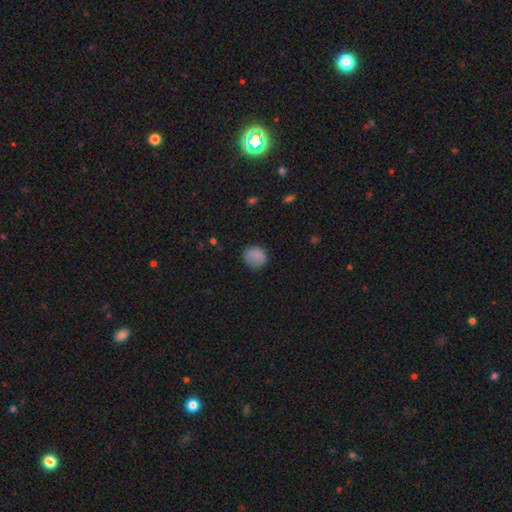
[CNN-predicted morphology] Smooth or featured? smooth (84%)
How rounded? round (82%)
Merging? none (80%)